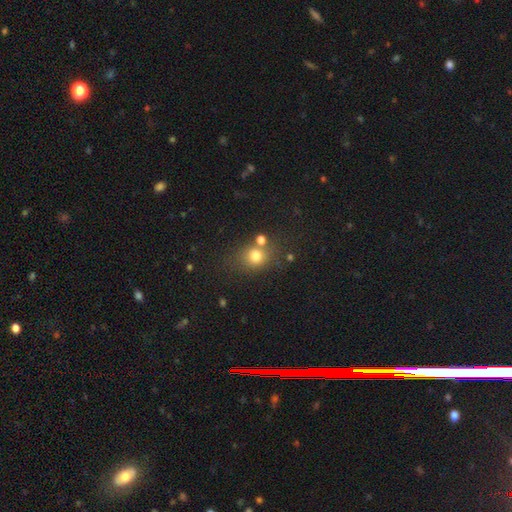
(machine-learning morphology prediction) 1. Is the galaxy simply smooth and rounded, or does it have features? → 75% smooth, 15% star or artifact, 10% featured or disk.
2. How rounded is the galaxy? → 66% round, 33% in between, 1% cigar-shaped.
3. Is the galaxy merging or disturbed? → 64% none, 17% merger, 14% minor disturbance, 6% major disturbance.